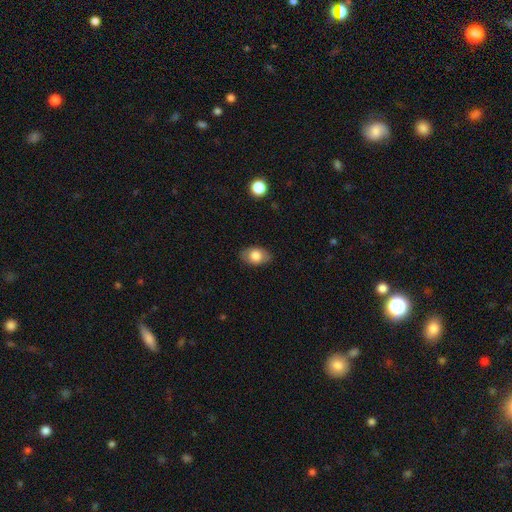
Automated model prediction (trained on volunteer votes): Q: Smooth or featured?
A: smooth (78%); runner-up: featured or disk (15%)
Q: How rounded?
A: in between (86%); runner-up: round (12%)
Q: Merging?
A: none (84%); runner-up: minor disturbance (13%)